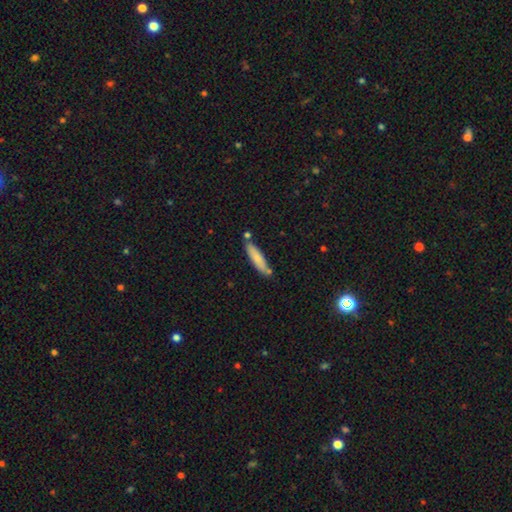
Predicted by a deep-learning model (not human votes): smooth-or-featured: smooth: 78% | featured or disk: 16% | star or artifact: 6%
  how-rounded: cigar-shaped: 80% | in between: 19% | round: 1%
  merging: none: 75% | minor disturbance: 14% | merger: 8% | major disturbance: 3%